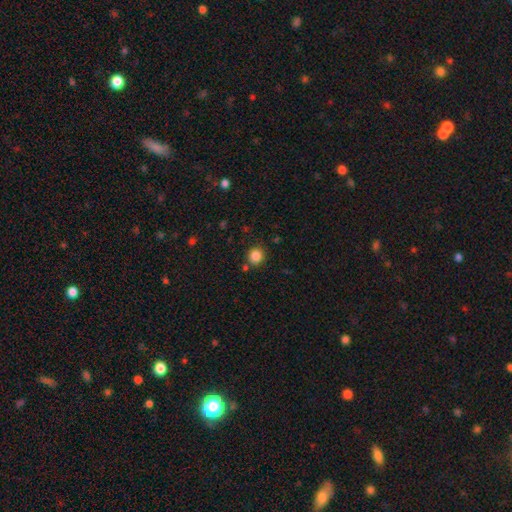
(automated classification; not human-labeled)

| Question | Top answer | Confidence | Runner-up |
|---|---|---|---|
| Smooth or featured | smooth | 85% | star or artifact (11%) |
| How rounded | round | 89% | in between (10%) |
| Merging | none | 84% | minor disturbance (8%) |